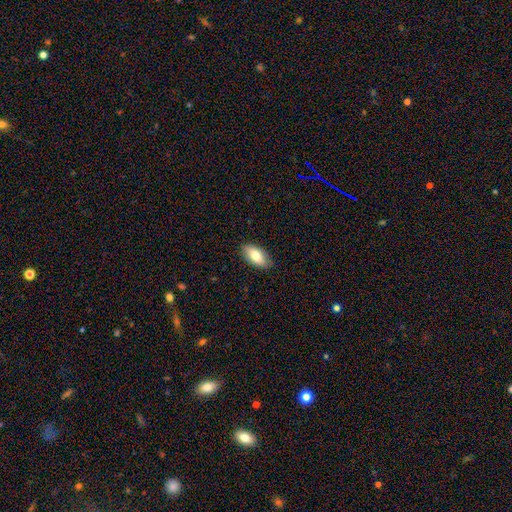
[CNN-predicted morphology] Smooth or featured? Predicted: smooth (p=0.76). How rounded? Predicted: in between (p=0.90). Merging? Predicted: none (p=0.87).